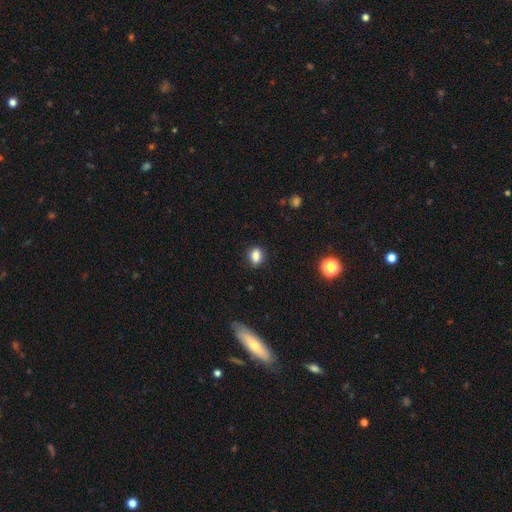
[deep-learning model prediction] smooth 83%, star or artifact 10%, featured or disk 6%. Down the decision tree: how rounded — in between (68%); merging — none (83%).